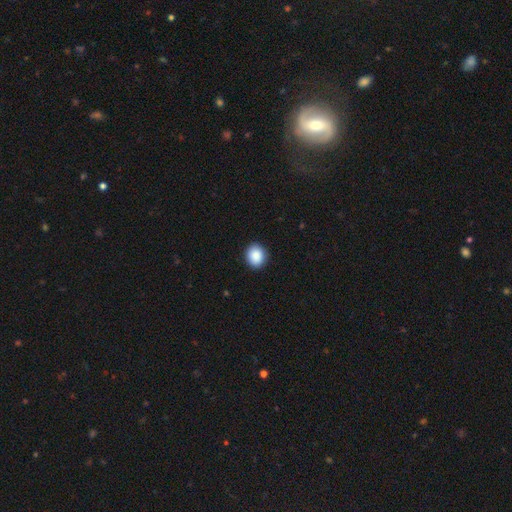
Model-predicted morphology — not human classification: A smooth galaxy with no disk features (89%) that is round (67%).

Vote fractions:
- Smooth or featured? smooth: 89% / star or artifact: 7% / featured or disk: 3%
- How rounded? round: 67% / in between: 32% / cigar-shaped: 1%
- Merging? none: 91% / minor disturbance: 7% / major disturbance: 2% / merger: 1%